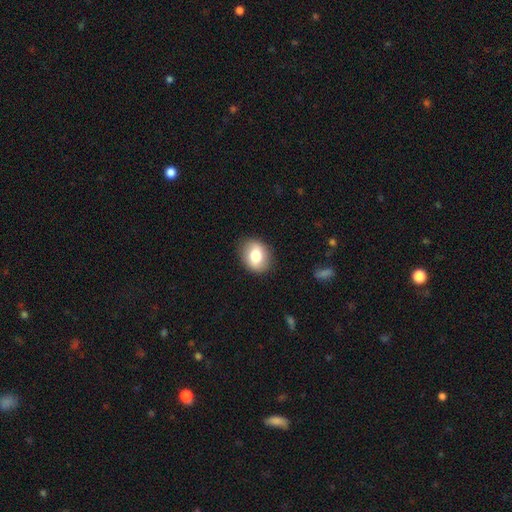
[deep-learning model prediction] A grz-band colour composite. It shows a smooth galaxy with no disk features (76%) that is in between round and cigar-shaped (57%). Merging: none (87%).